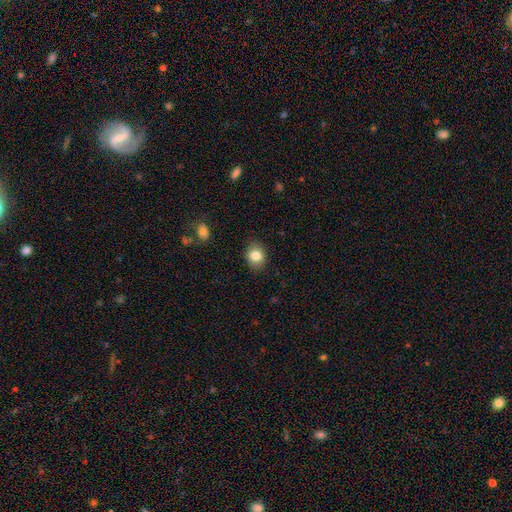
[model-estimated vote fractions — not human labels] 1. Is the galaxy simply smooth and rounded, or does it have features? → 83% smooth, 10% star or artifact, 7% featured or disk.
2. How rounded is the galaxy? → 63% round, 36% in between, 1% cigar-shaped.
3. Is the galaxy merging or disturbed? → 85% none, 11% minor disturbance, 3% major disturbance, 1% merger.